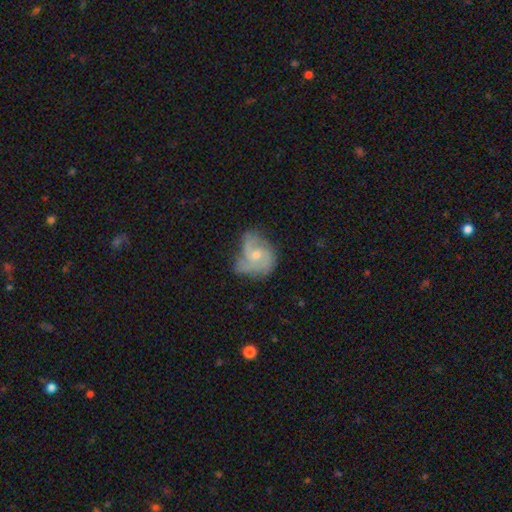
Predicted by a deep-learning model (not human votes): A featured or disk galaxy (76%) with no bar (69%), 2 (43%) medium (47%) spiral arms (92%) and a small central bulge (52%).

Vote fractions:
- Smooth or featured? featured or disk: 76% / smooth: 18% / star or artifact: 6%
- Edge-on disk? no: 98% / yes: 2%
- Bar? no: 69% / weak: 27% / strong: 4%
- Spiral arms? yes: 92% / no: 8%
- Spiral winding? medium: 47% / tight: 33% / loose: 21%
- Spiral arm count? 2: 43% / 3: 29% / can't tell: 16% / 1: 5% / 4: 4% / more than 4: 3%
- Bulge size? small: 52% / moderate: 44% / none: 2% / large: 2% / dominant: 1%
- Merging? none: 44% / minor disturbance: 32% / major disturbance: 21% / merger: 4%